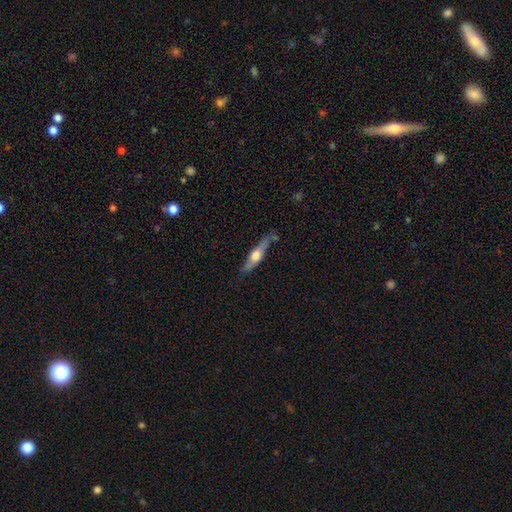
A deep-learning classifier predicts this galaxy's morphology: Smooth or featured? Predicted: featured or disk (p=0.55). Edge-on disk? Predicted: yes (p=0.91). Edge-on bulge? Predicted: rounded (p=0.91). Merging? Predicted: none (p=0.72).